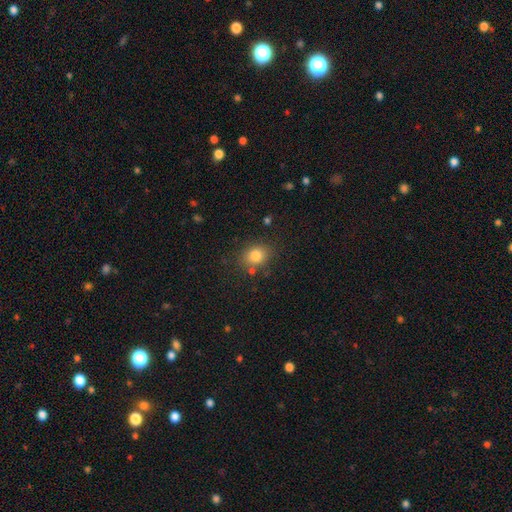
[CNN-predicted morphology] type=smooth (80%); roundness=round (50%); merging=none (79%).